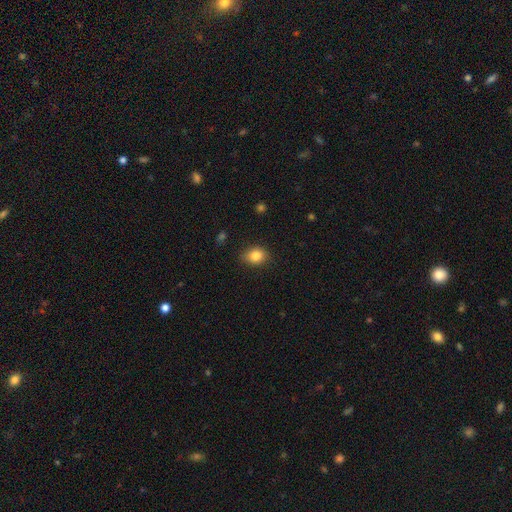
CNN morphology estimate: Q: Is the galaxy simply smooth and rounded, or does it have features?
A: smooth — 84%.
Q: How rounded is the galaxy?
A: round — 50%.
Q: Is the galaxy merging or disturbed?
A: none — 82%.